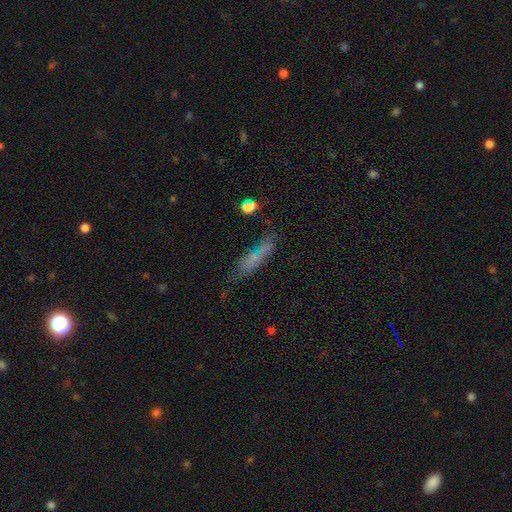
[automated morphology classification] Q: Smooth or featured?
A: smooth (61%); runner-up: featured or disk (26%)
Q: How rounded?
A: cigar-shaped (70%); runner-up: in between (26%)
Q: Merging?
A: none (59%); runner-up: minor disturbance (21%)